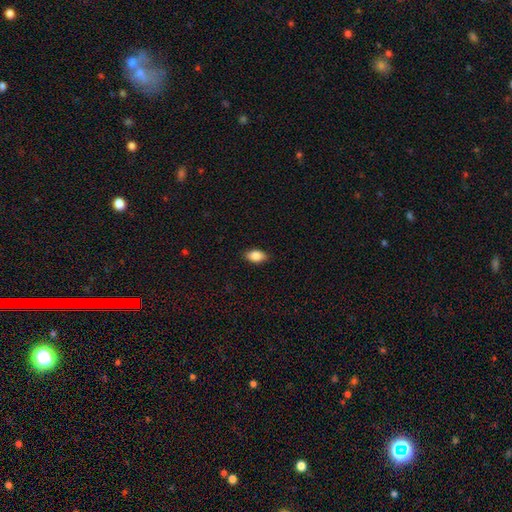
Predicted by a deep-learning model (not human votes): A smooth galaxy with no disk features (87%) that is in between round and cigar-shaped (91%).

Vote fractions:
- Smooth or featured? smooth: 87% / star or artifact: 7% / featured or disk: 6%
- How rounded? in between: 91% / round: 7% / cigar-shaped: 3%
- Merging? none: 87% / minor disturbance: 10% / major disturbance: 2% / merger: 1%